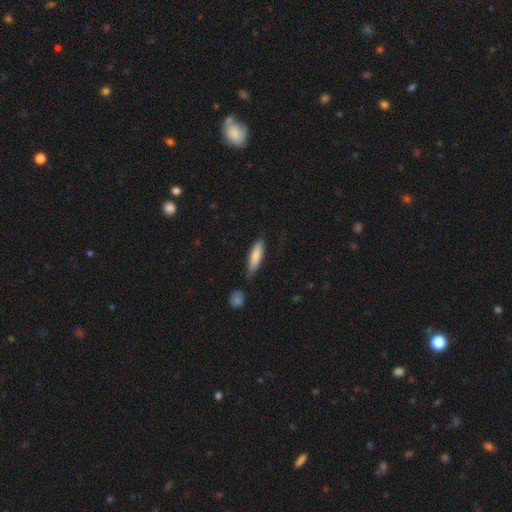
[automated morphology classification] smooth_or_featured: smooth (p=0.78) [alt: featured or disk p=0.16]
how_rounded: cigar-shaped (p=0.63) [alt: in between p=0.36]
merging: none (p=0.65) [alt: minor disturbance p=0.24]